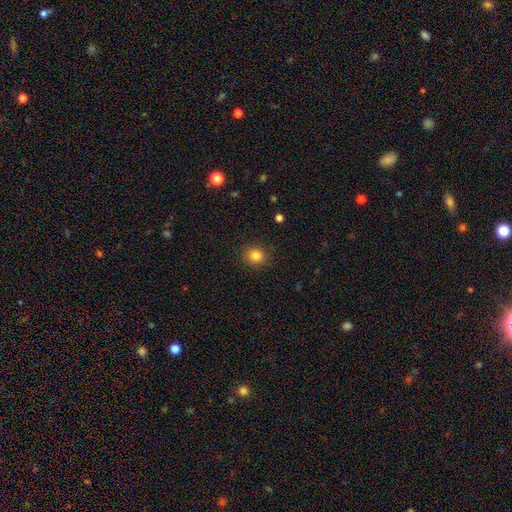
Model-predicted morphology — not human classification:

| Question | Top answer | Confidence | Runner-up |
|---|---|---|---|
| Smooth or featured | smooth | 82% | star or artifact (12%) |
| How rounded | round | 85% | in between (14%) |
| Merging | none | 89% | minor disturbance (7%) |